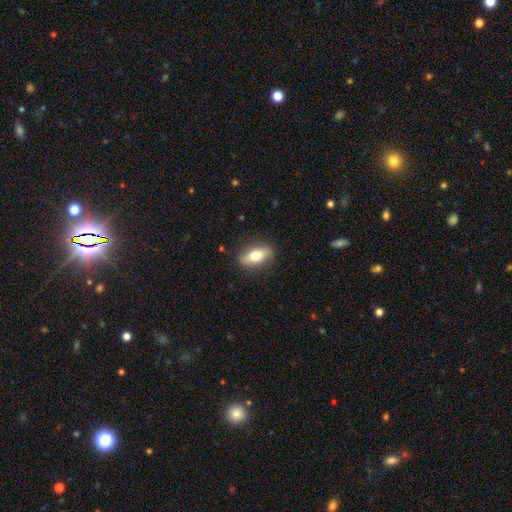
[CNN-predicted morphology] The model was most divided on "smooth or featured": smooth: 70%, featured or disk: 24%, star or artifact: 6%. More confident: merging — none (85%); how rounded — in between (78%).